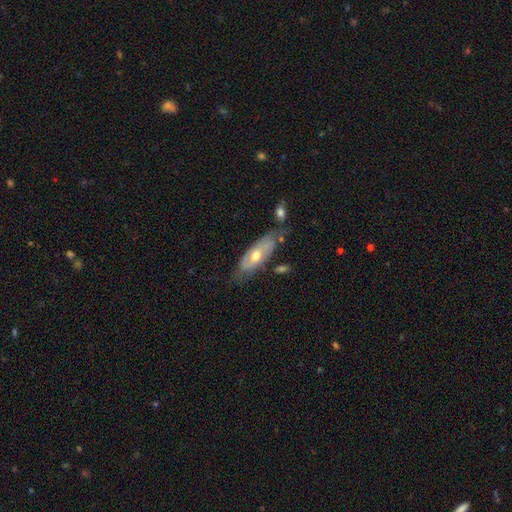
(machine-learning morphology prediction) Smooth or featured? featured or disk (52%)
Edge-on disk? no (74%)
Merging? none (63%)